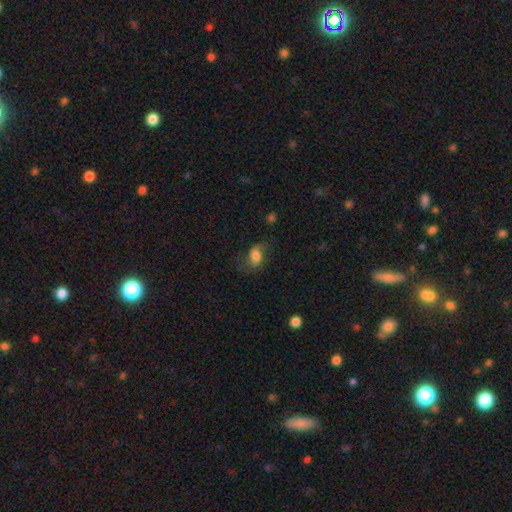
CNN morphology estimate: type=smooth (72%); roundness=in between (80%); merging=none (56%).